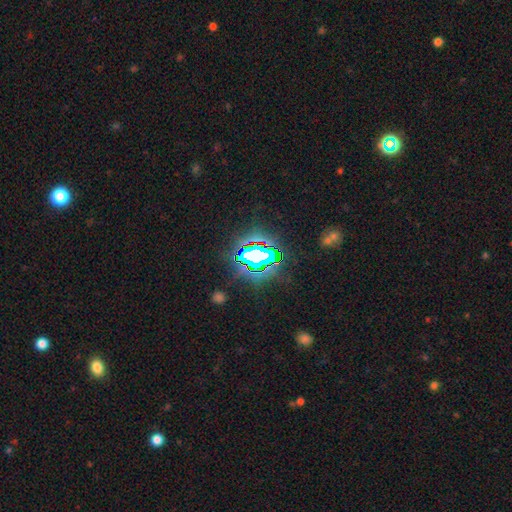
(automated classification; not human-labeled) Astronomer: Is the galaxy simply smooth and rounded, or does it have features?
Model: star or artifact — 74%.